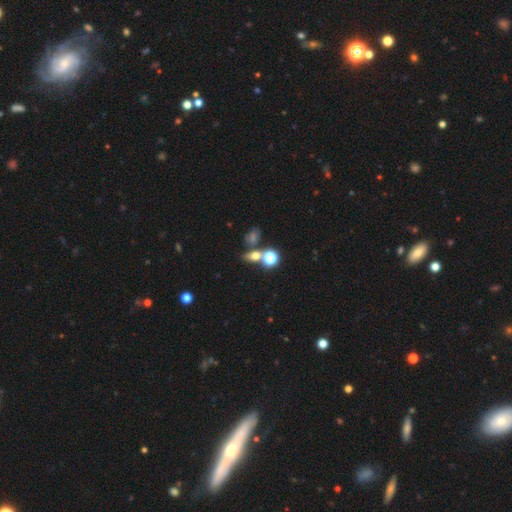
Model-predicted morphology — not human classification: Overall: smooth (58%; star or artifact 26%). How rounded: in between (54%; round 41%). Merging: none (54%; merger 29%).